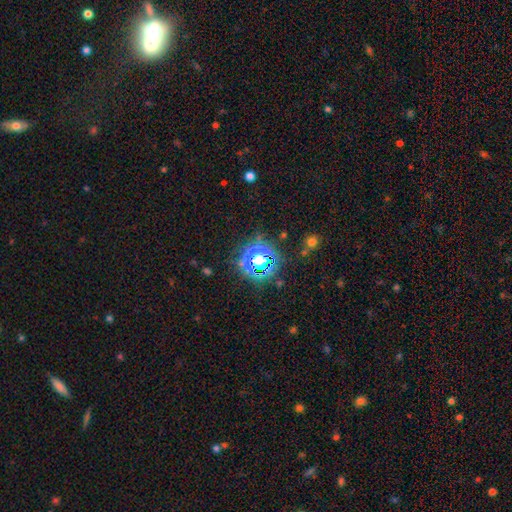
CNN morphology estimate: Q: Smooth or featured?
A: star or artifact (79%); runner-up: smooth (14%)